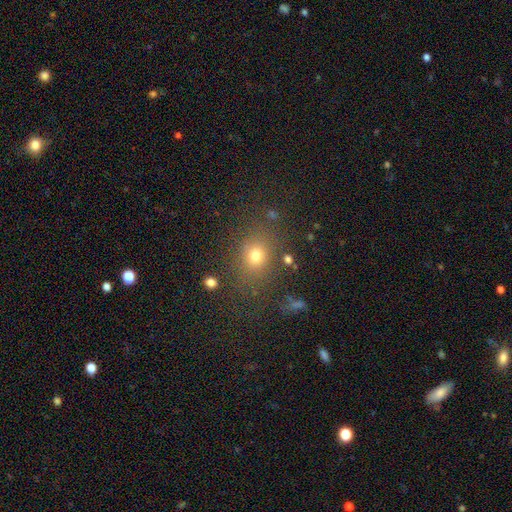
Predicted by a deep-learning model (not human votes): This is likely a smooth galaxy (73%). How rounded: possibly round (54%). Merging: likely none (76%).